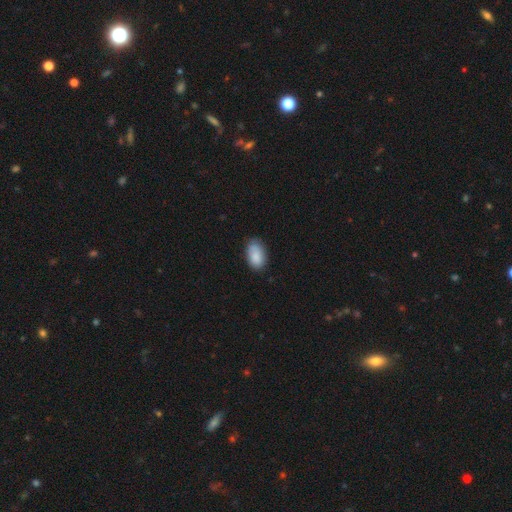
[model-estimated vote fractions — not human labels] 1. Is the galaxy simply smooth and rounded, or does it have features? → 86% smooth, 7% featured or disk, 7% star or artifact.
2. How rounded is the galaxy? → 92% in between, 6% round, 1% cigar-shaped.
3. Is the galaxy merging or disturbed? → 72% none, 22% minor disturbance, 4% major disturbance, 2% merger.